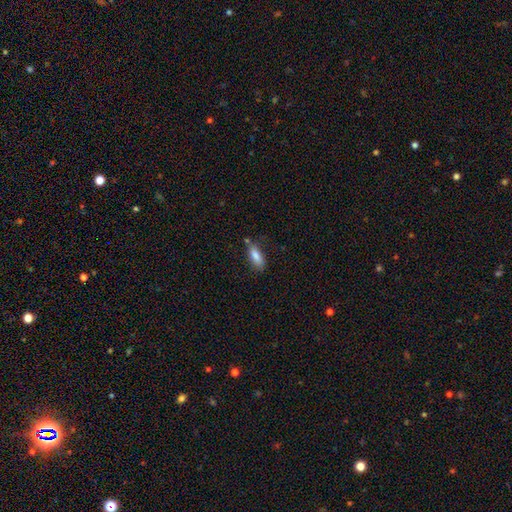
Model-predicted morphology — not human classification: A smooth galaxy with no disk features (81%) that is in between round and cigar-shaped (70%).

Vote fractions:
- Smooth or featured? smooth: 81% / featured or disk: 12% / star or artifact: 7%
- How rounded? in between: 70% / cigar-shaped: 27% / round: 2%
- Merging? none: 66% / minor disturbance: 22% / merger: 7% / major disturbance: 5%